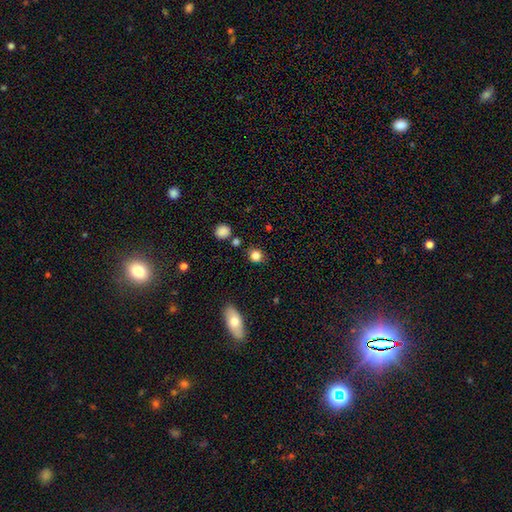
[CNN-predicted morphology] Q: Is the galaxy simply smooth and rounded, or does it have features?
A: smooth — 83%.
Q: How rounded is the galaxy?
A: round — 82%.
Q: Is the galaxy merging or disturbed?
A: none — 82%.